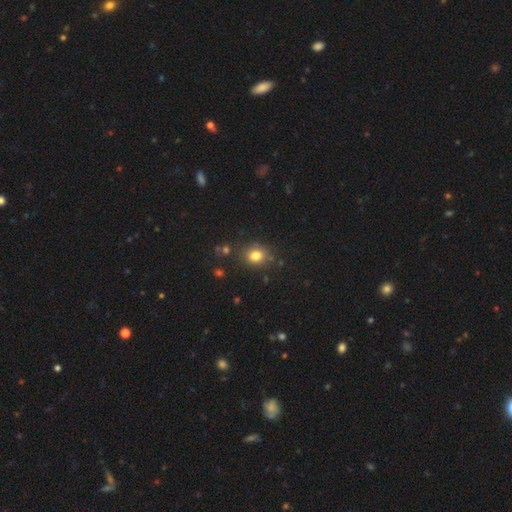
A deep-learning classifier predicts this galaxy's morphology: A smooth galaxy with no disk features (80%) that is round (69%).

Vote fractions:
- Smooth or featured? smooth: 80% / star or artifact: 13% / featured or disk: 7%
- How rounded? round: 69% / in between: 30% / cigar-shaped: 1%
- Merging? none: 80% / minor disturbance: 13% / merger: 4% / major disturbance: 4%